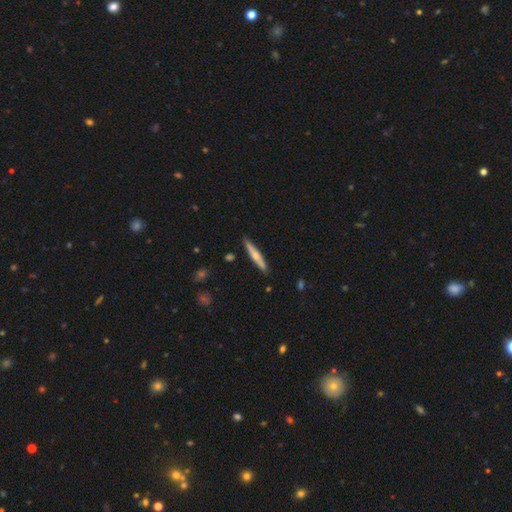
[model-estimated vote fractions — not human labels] smooth_or_featured: smooth (p=0.48) [alt: featured or disk p=0.46]
merging: none (p=0.88) [alt: minor disturbance p=0.09]